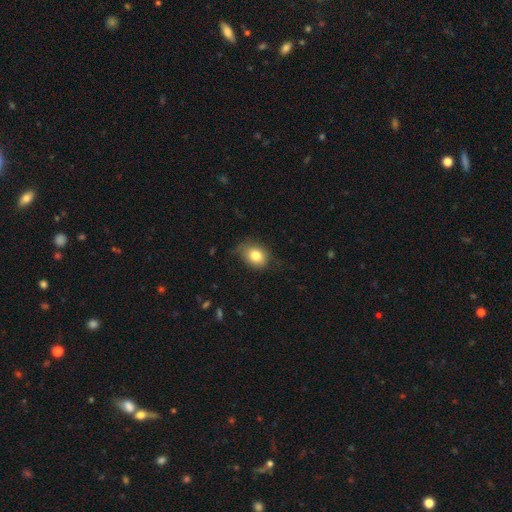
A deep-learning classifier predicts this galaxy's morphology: Smooth or featured: smooth — 80% (featured or disk — 11%)
How rounded: in between — 57% (round — 41%)
Merging: none — 67% (minor disturbance — 25%)